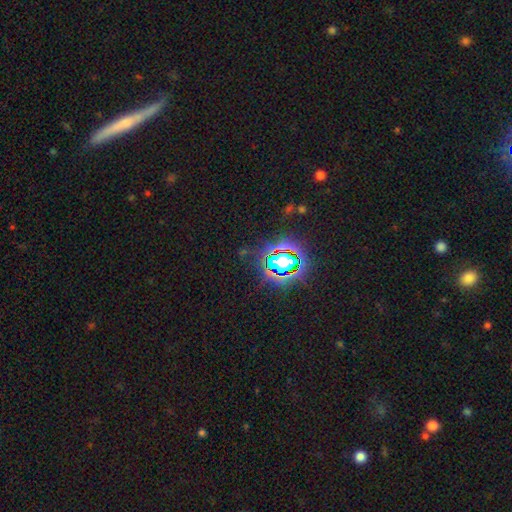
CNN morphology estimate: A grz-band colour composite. It shows a star or artifact, not a galaxy (76%).